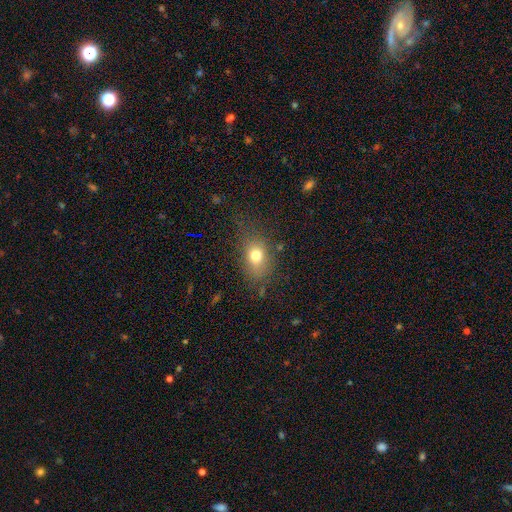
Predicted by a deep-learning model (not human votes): Smooth or featured? smooth (74%)
How rounded? in between (67%)
Merging? none (70%)